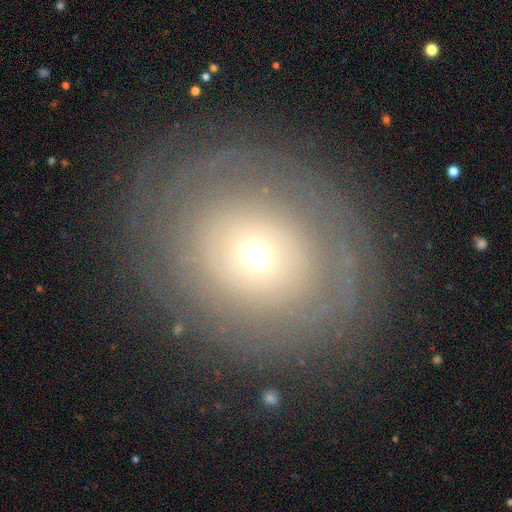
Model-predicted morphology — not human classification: Smooth or featured?
  - featured or disk: 53% *
  - smooth: 36%
  - star or artifact: 11%
Edge-on disk?
  - no: 95% *
  - yes: 5%
Bar?
  - no: 90% *
  - weak: 7%
  - strong: 3%
Spiral arms?
  - no: 56% *
  - yes: 44%
Bulge size?
  - small: 62% *
  - moderate: 31%
  - large: 4%
  - dominant: 2%
  - none: 1%
Merging?
  - none: 81% *
  - minor disturbance: 11%
  - major disturbance: 6%
  - merger: 1%